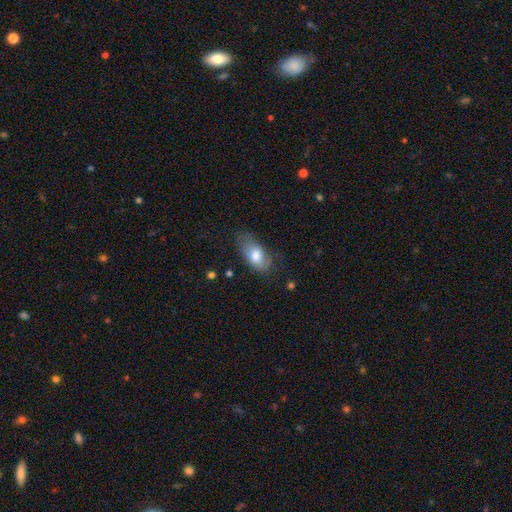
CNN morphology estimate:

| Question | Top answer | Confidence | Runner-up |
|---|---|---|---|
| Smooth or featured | smooth | 76% | featured or disk (17%) |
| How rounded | in between | 91% | round (5%) |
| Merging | none | 57% | minor disturbance (30%) |